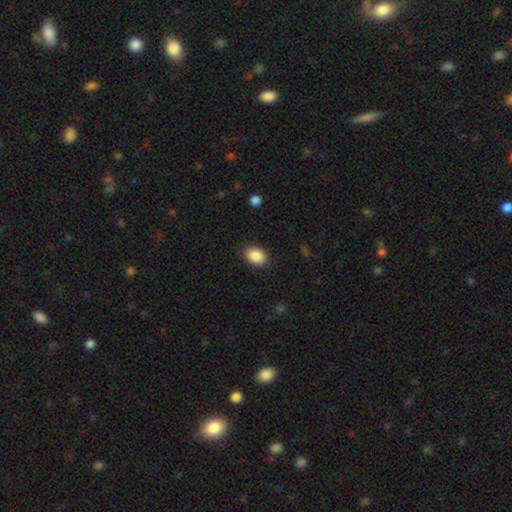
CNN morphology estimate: This is clearly a smooth galaxy (89%). How rounded: clearly in between (82%). Merging: clearly none (88%).